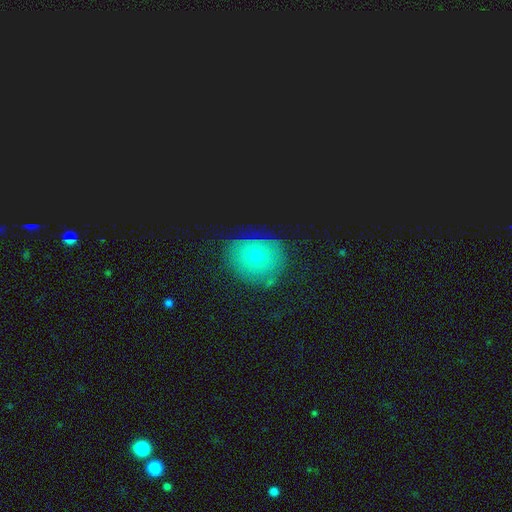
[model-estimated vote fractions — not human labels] Smooth or featured: smooth — 43% (star or artifact — 38%)
Merging: none — 80% (minor disturbance — 14%)